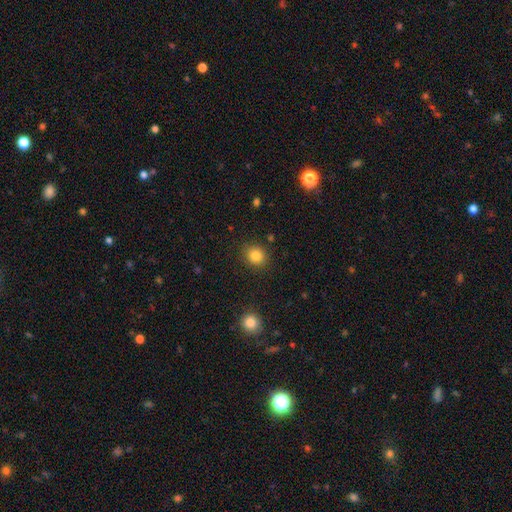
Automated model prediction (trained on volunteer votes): Smooth or featured? smooth (83%)
How rounded? round (76%)
Merging? none (88%)